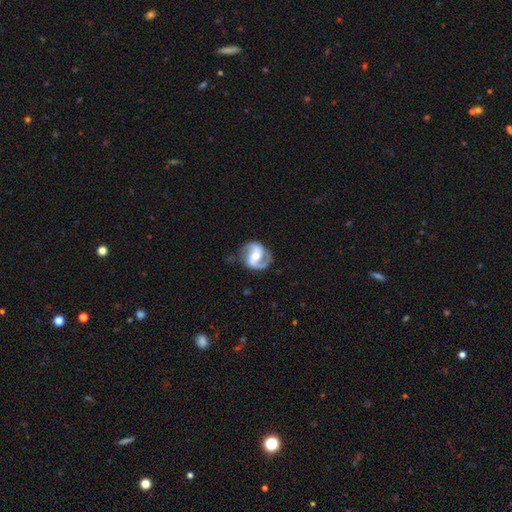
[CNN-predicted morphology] This is clearly a featured or disk galaxy (88%). It is clearly not viewed edge-on (98%). Bar: marginally strong (39%). Spiral arm pattern: clearly yes (96%). Spiral arm count: clearly 2 (92%). Spiral winding: possibly medium (53%). Central bulge: possibly moderate (59%). Merging: likely none (78%).